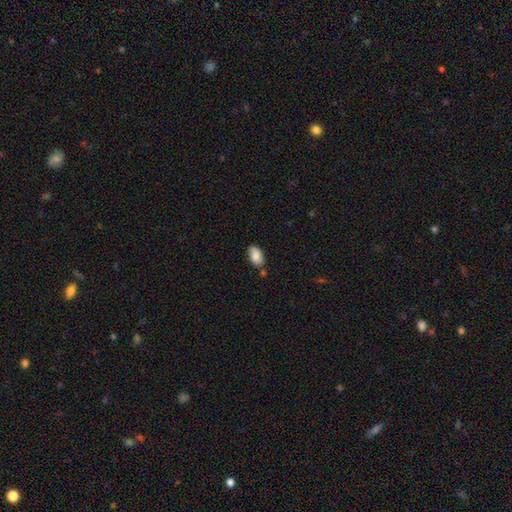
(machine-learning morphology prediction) Smooth or featured?
  - smooth: 84% *
  - featured or disk: 9%
  - star or artifact: 7%
How rounded?
  - in between: 95% *
  - round: 3%
  - cigar-shaped: 2%
Merging?
  - none: 76% *
  - minor disturbance: 15%
  - merger: 6%
  - major disturbance: 3%